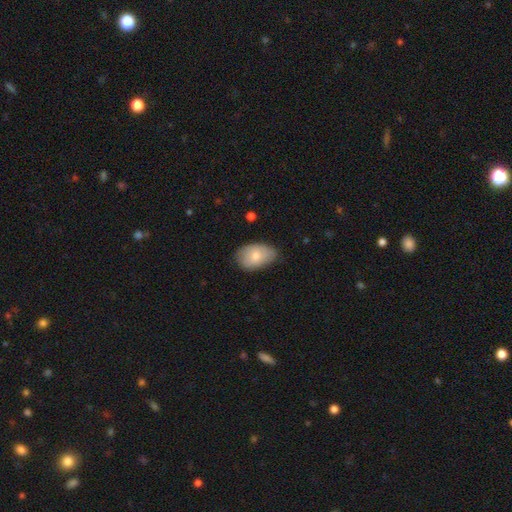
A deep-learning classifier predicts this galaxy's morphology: Q: Smooth or featured?
A: smooth (76%); runner-up: featured or disk (18%)
Q: How rounded?
A: in between (90%); runner-up: round (9%)
Q: Merging?
A: none (69%); runner-up: minor disturbance (26%)